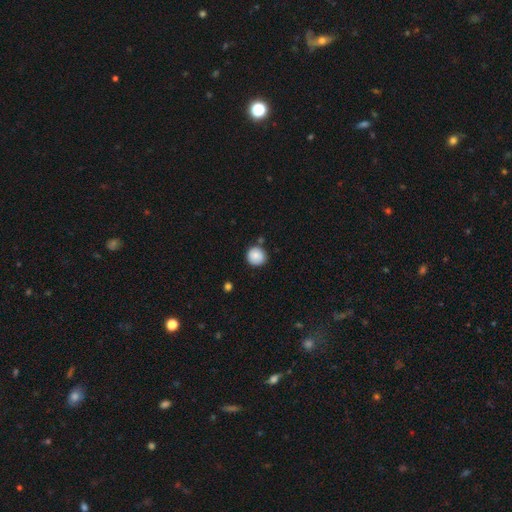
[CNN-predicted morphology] Q: Smooth or featured?
A: smooth (84%); runner-up: star or artifact (8%)
Q: How rounded?
A: round (92%); runner-up: in between (7%)
Q: Merging?
A: none (82%); runner-up: minor disturbance (12%)